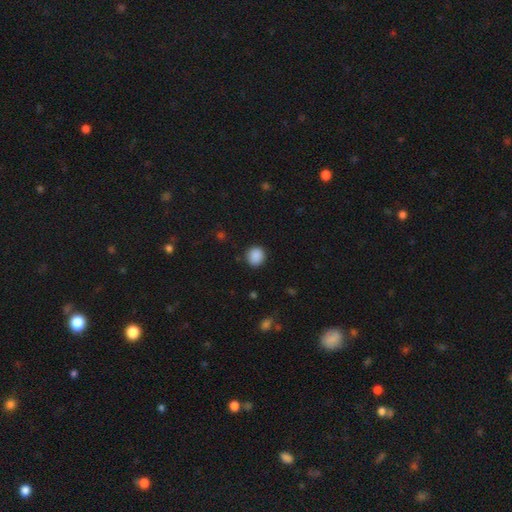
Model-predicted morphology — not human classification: smooth 88%, star or artifact 9%, featured or disk 3%. Down the decision tree: how rounded — round (82%); merging — none (88%).